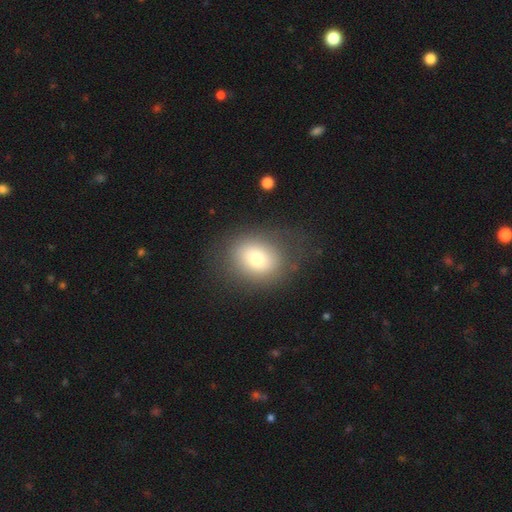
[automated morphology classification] Smooth or featured? smooth (72%)
How rounded? in between (54%)
Merging? none (75%)